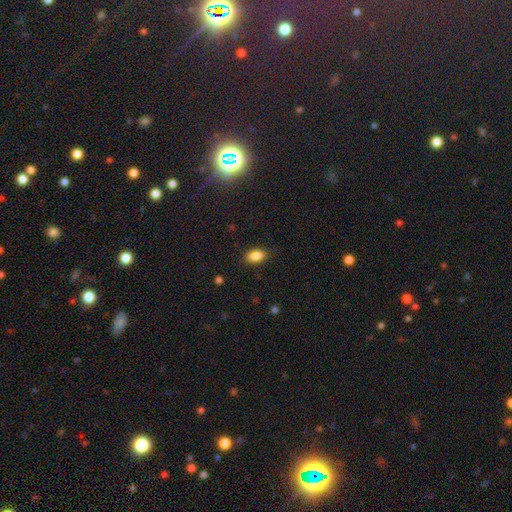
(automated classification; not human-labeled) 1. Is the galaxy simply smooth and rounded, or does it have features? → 87% smooth, 9% star or artifact, 5% featured or disk.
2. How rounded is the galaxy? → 90% in between, 8% round, 2% cigar-shaped.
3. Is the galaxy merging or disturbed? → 87% none, 10% minor disturbance, 2% major disturbance, 1% merger.